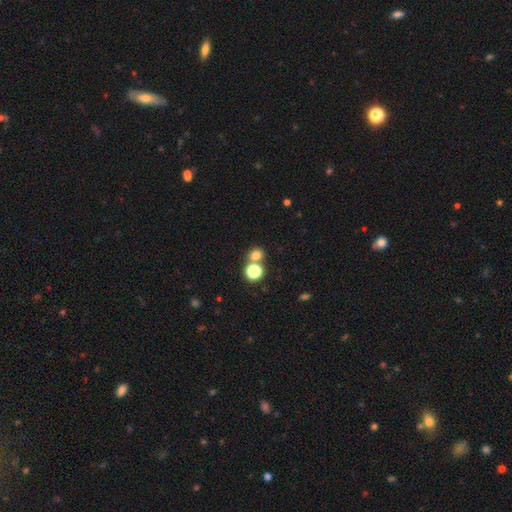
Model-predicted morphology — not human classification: Smooth or featured: smooth — 73% (star or artifact — 20%)
How rounded: round — 84% (in between — 15%)
Merging: none — 61% (merger — 29%)